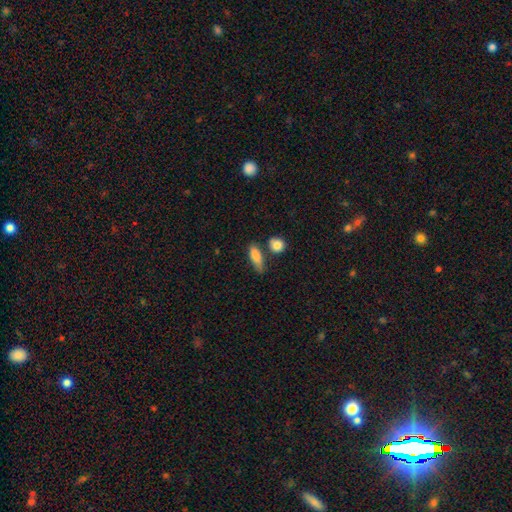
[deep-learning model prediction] Smooth or featured? Predicted: smooth (p=0.83). How rounded? Predicted: in between (p=0.63). Merging? Predicted: none (p=0.58).